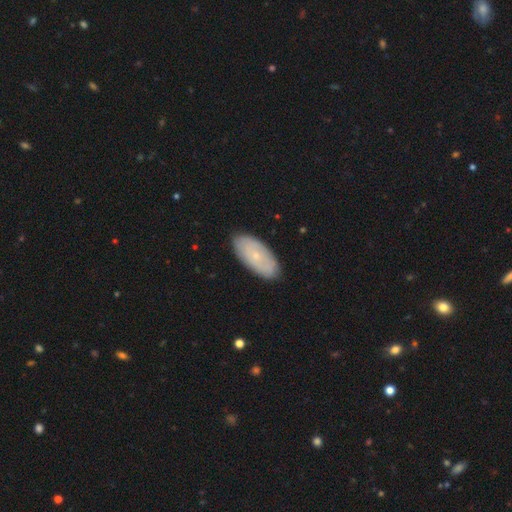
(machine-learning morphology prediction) type=smooth (52%); roundness=in between (92%); merging=none (87%).